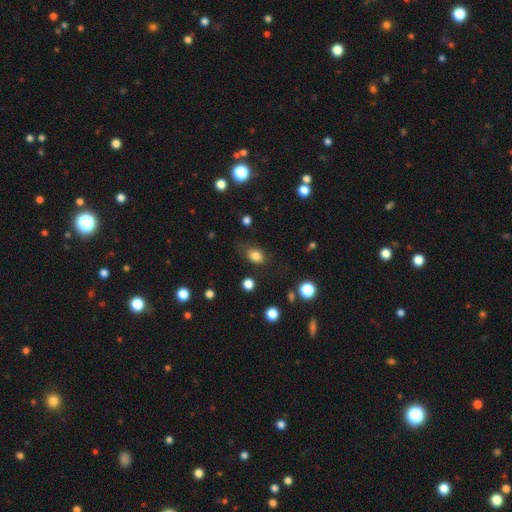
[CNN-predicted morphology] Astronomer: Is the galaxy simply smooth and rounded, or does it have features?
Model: smooth — 81%.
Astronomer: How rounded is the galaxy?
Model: in between — 74%.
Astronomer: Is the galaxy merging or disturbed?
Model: none — 69%.